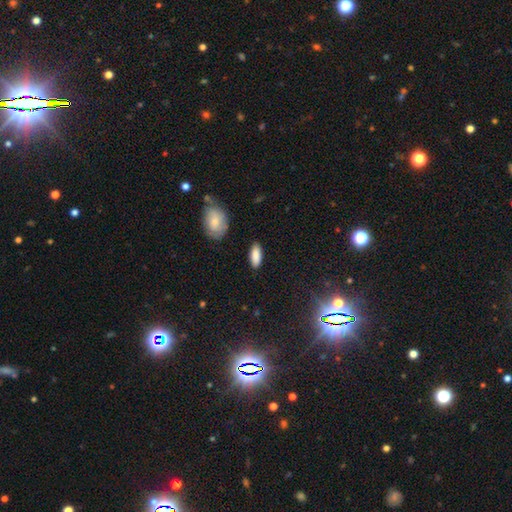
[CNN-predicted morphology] A smooth galaxy with no disk features (88%) that is in between round and cigar-shaped (80%).

Vote fractions:
- Smooth or featured? smooth: 88% / star or artifact: 6% / featured or disk: 5%
- How rounded? in between: 80% / cigar-shaped: 18% / round: 2%
- Merging? none: 87% / minor disturbance: 10% / major disturbance: 2% / merger: 2%